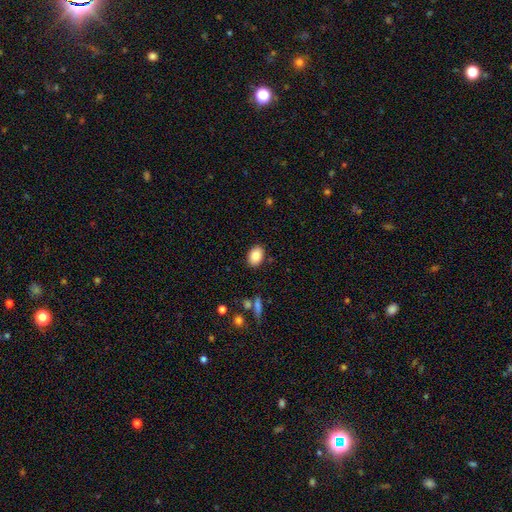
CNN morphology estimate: The model was most divided on "how rounded": in between: 80%, round: 19%, cigar-shaped: 1%. More confident: smooth or featured — smooth (86%); merging — none (86%).